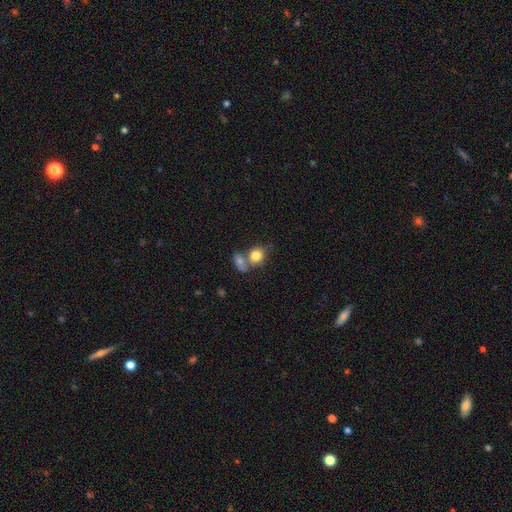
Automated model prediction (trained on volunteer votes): Smooth or featured? smooth (81%)
How rounded? round (66%)
Merging? merger (42%)